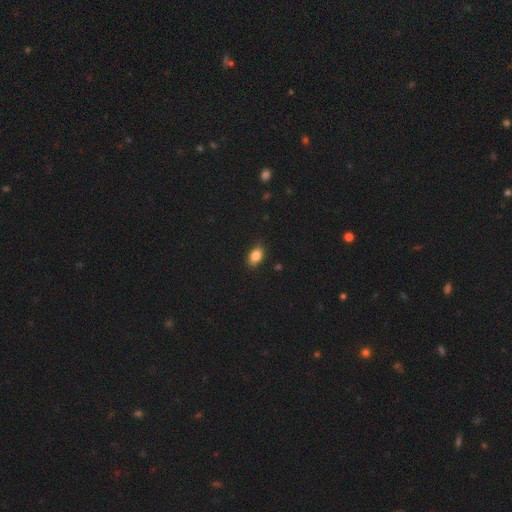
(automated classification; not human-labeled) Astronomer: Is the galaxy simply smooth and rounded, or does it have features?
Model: smooth — 85%.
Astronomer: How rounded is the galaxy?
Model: in between — 86%.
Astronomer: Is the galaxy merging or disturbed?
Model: none — 87%.